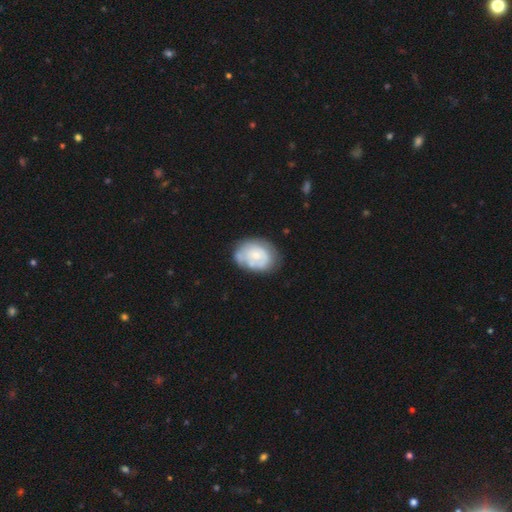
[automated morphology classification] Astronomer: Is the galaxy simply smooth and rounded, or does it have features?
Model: smooth — 47% (runner-up: featured or disk, 46%).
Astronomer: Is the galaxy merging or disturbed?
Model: none — 56%.